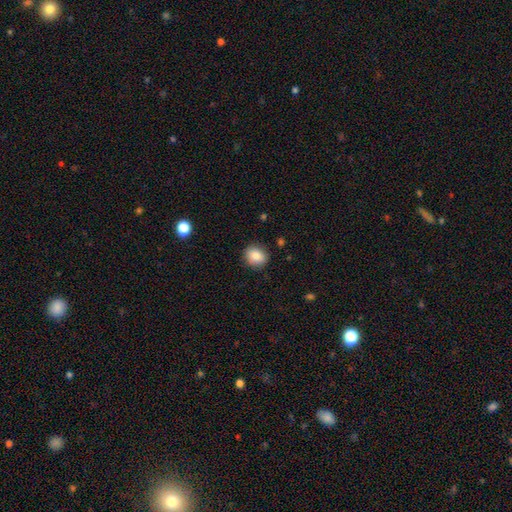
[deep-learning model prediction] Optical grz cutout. It shows a smooth galaxy with no disk features (84%) that is round (73%). Merging: none (87%).